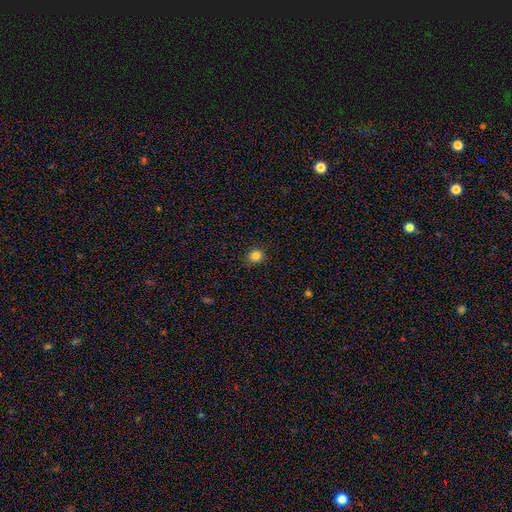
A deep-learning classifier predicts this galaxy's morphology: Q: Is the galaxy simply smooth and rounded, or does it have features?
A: smooth — 83%.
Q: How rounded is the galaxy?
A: round — 85%.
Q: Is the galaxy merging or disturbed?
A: none — 90%.